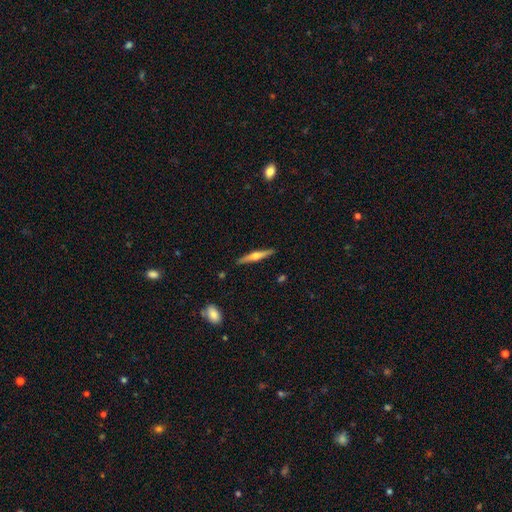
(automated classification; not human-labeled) A featured or disk galaxy (63%) viewed edge-on (98%) with a rounded central bulge (88%). Merging: none (90%).